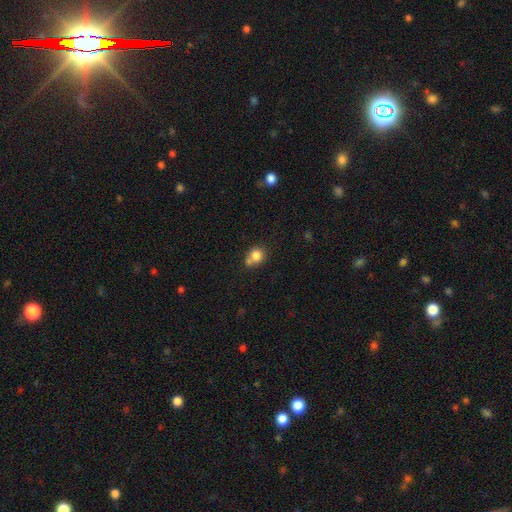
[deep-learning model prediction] This is likely a smooth galaxy (80%). How rounded: likely round (76%). Merging: possibly none (46%).